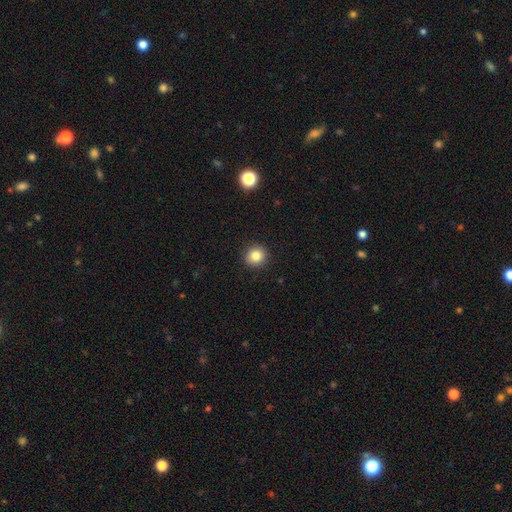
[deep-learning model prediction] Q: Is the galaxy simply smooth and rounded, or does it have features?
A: smooth — 84%.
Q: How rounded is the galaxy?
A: round — 92%.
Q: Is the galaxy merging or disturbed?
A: none — 92%.